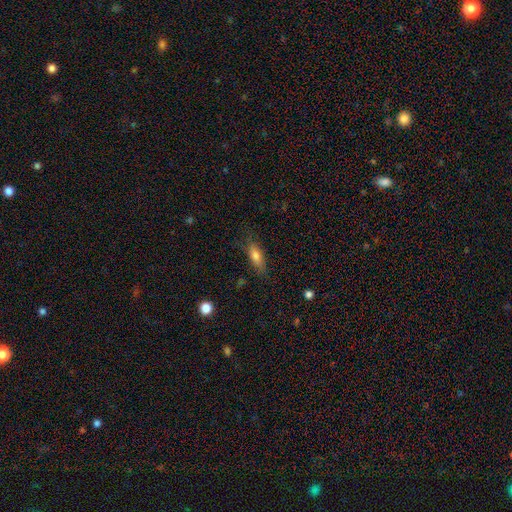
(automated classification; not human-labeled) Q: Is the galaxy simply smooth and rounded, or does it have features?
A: smooth — 76%.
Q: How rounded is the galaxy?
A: in between — 66%.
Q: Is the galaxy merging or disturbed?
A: none — 74%.